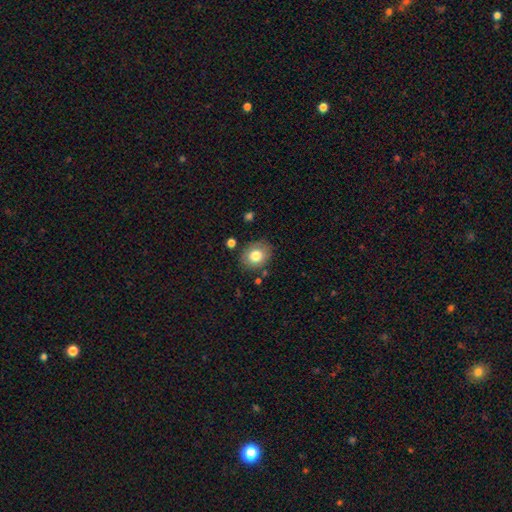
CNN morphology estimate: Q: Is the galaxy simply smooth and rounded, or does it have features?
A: smooth — 79%.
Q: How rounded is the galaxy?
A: round — 54%.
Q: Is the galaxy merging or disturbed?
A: none — 82%.